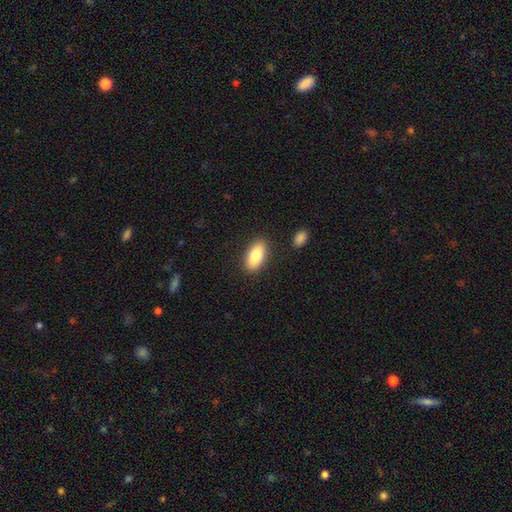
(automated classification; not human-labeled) Overall: smooth (82%). How rounded: in between (87%). Merging: none (87%).